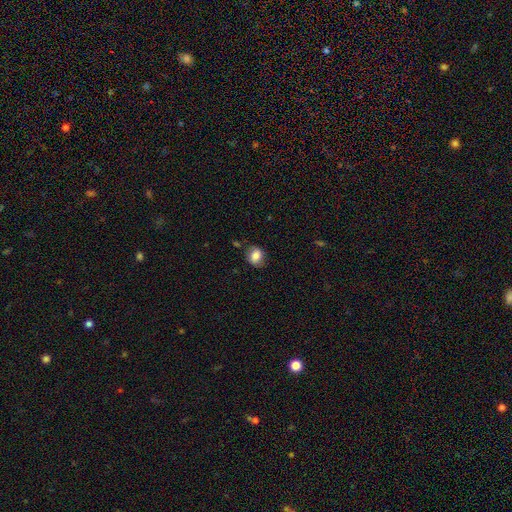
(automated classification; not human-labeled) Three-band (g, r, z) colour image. It shows a smooth galaxy with no disk features (78%) that is round (53%). Merging: none (75%).